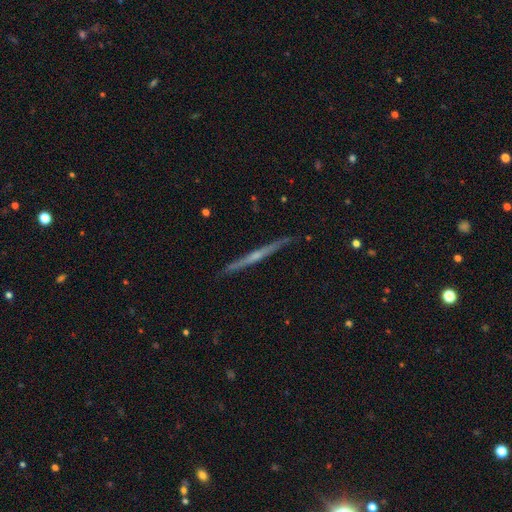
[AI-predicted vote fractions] This is likely a featured or disk galaxy (75%). It is clearly viewed edge-on (98%). Edge-on bulge: possibly rounded (54%). Merging: clearly none (90%).